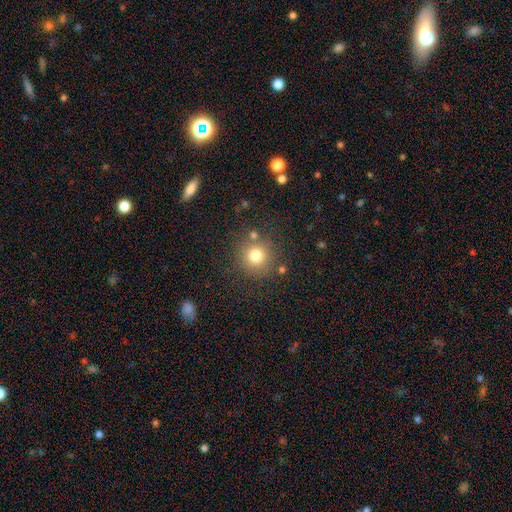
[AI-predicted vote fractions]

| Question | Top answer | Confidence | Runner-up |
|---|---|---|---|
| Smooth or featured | smooth | 76% | star or artifact (14%) |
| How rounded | round | 93% | in between (6%) |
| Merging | none | 80% | minor disturbance (10%) |